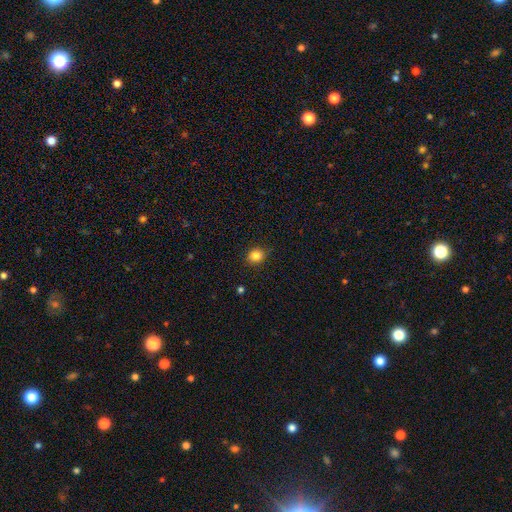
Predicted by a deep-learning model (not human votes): Smooth or featured? Predicted: smooth (p=0.84). How rounded? Predicted: round (p=0.72). Merging? Predicted: none (p=0.86).